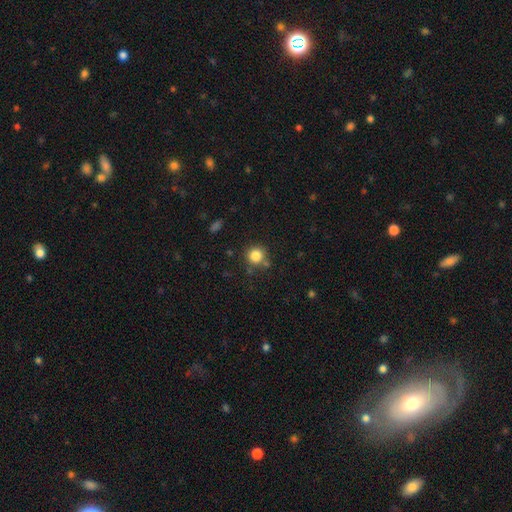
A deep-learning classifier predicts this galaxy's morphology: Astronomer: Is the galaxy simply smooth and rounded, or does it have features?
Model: smooth — 83%.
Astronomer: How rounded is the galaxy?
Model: round — 93%.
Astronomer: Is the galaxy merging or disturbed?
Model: none — 77%.